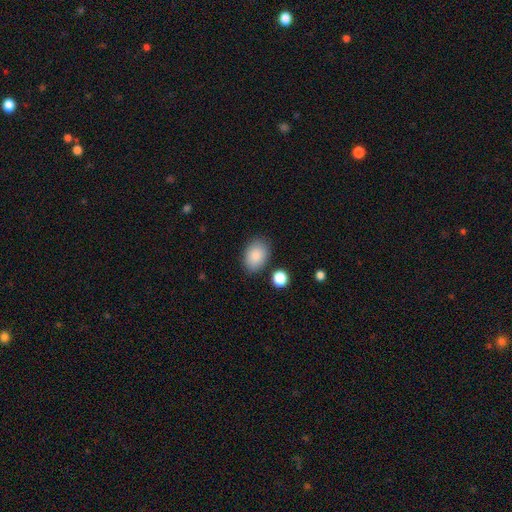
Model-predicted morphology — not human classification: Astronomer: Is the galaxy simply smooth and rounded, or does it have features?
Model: smooth — 87%.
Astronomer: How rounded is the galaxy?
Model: in between — 86%.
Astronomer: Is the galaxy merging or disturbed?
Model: none — 81%.